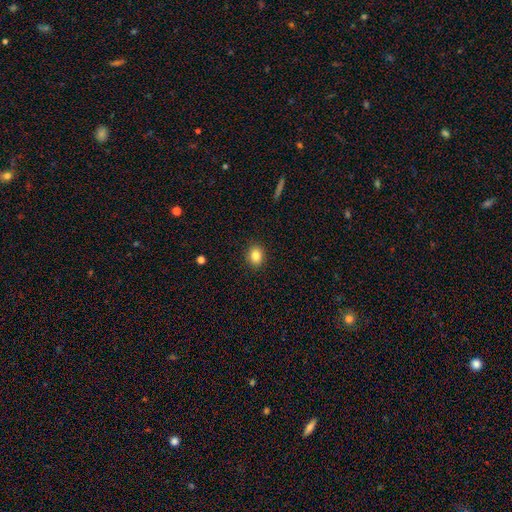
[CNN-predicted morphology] Q: Smooth or featured?
A: smooth (84%); runner-up: star or artifact (10%)
Q: How rounded?
A: round (53%); runner-up: in between (46%)
Q: Merging?
A: none (90%); runner-up: minor disturbance (7%)